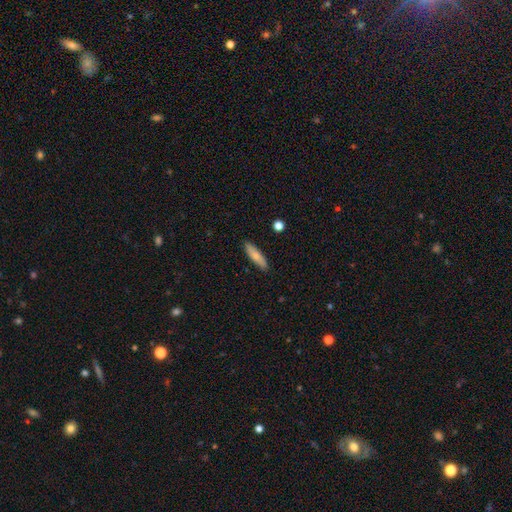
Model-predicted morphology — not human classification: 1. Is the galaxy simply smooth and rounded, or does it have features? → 76% smooth, 18% featured or disk, 6% star or artifact.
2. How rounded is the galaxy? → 71% cigar-shaped, 27% in between, 2% round.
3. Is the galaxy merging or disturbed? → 89% none, 8% minor disturbance, 2% major disturbance, 1% merger.